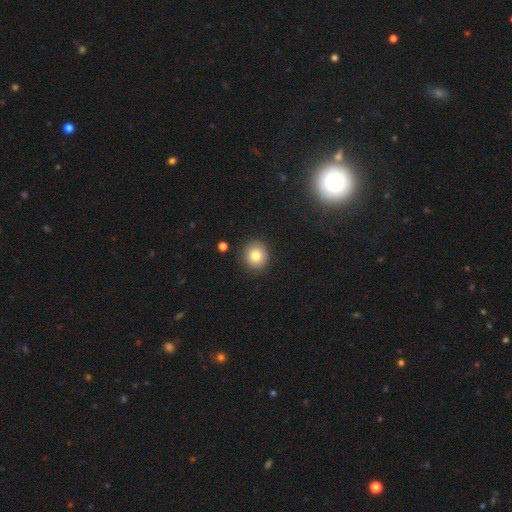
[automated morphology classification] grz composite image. It shows a smooth galaxy with no disk features (79%) that is round (89%). Merging: none (88%).